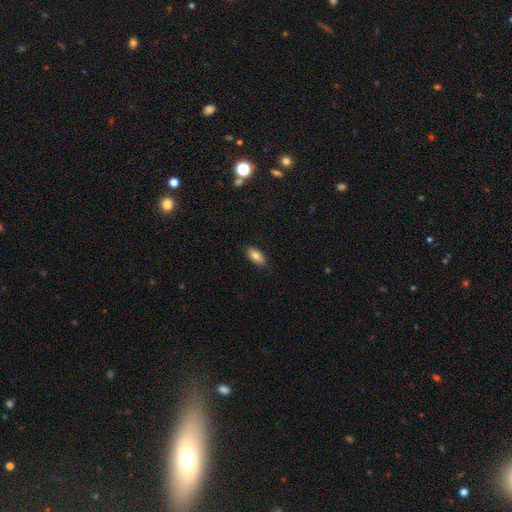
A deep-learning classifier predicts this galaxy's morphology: Smooth or featured? Predicted: smooth (p=0.80). How rounded? Predicted: in between (p=0.92). Merging? Predicted: none (p=0.86).